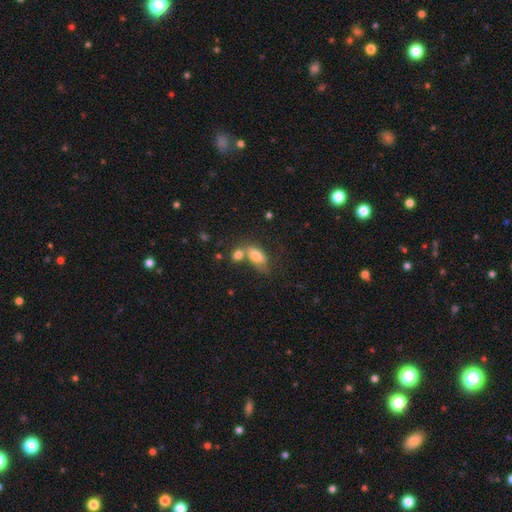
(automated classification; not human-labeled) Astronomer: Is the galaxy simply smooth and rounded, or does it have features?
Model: smooth — 79%.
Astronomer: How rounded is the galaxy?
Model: in between — 87%.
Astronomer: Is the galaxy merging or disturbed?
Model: merger — 41% (runner-up: none, 36%).